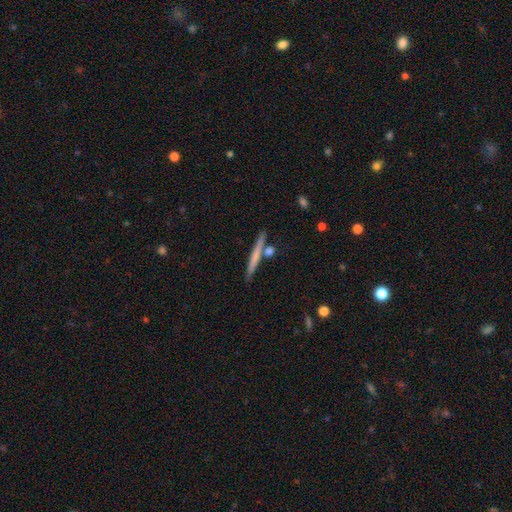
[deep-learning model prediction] Smooth or featured? smooth (55%)
How rounded? cigar-shaped (95%)
Merging? none (81%)